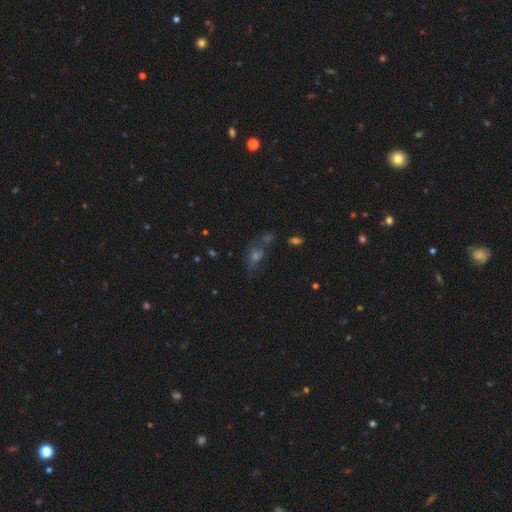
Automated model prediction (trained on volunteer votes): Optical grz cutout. It shows a smooth galaxy with no disk features (43%). Merging: none (50%).